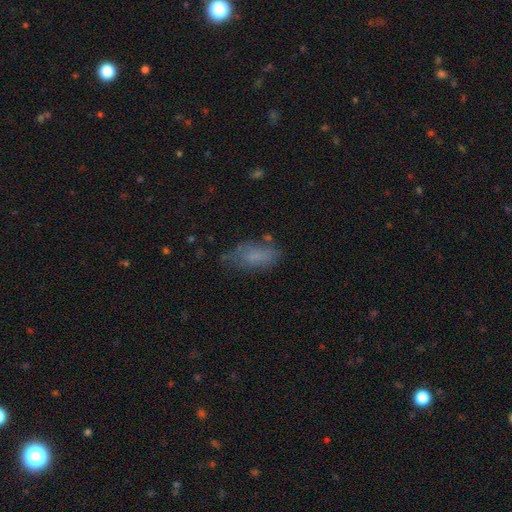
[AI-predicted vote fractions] Smooth or featured: smooth — 72% (featured or disk — 18%)
How rounded: in between — 82% (cigar-shaped — 15%)
Merging: none — 54% (minor disturbance — 29%)